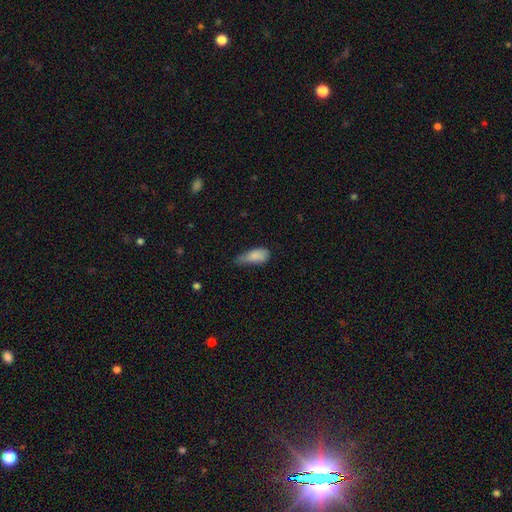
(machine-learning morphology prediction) A smooth galaxy with no disk features (82%) that is in between round and cigar-shaped (82%).

Vote fractions:
- Smooth or featured? smooth: 82% / featured or disk: 9% / star or artifact: 8%
- How rounded? in between: 82% / cigar-shaped: 14% / round: 4%
- Merging? minor disturbance: 50% / none: 27% / major disturbance: 21% / merger: 3%